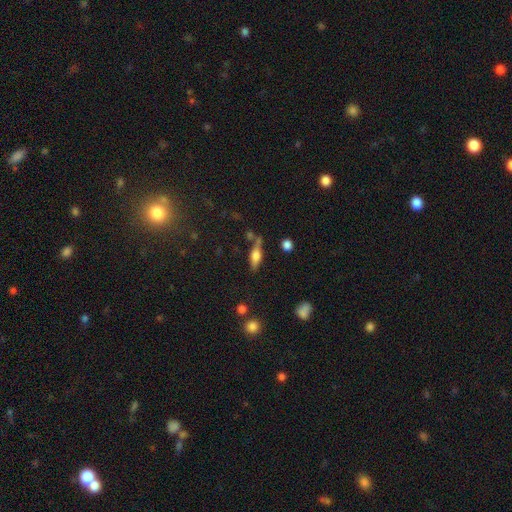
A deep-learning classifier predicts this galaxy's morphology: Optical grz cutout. It shows a smooth galaxy with no disk features (47%). Merging: none (67%).